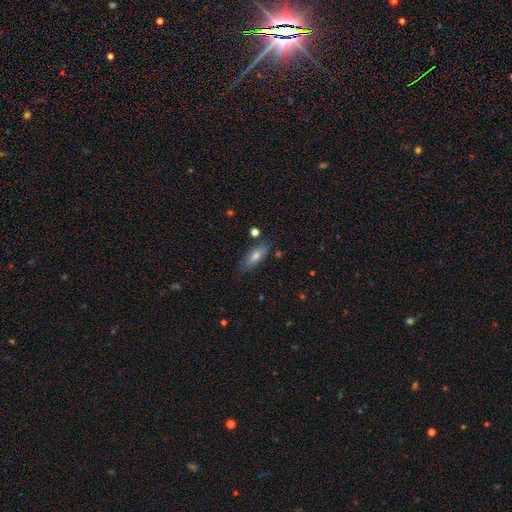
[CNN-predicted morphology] A smooth galaxy with no disk features (61%) that is in between round and cigar-shaped (52%). Merging: none (80%).